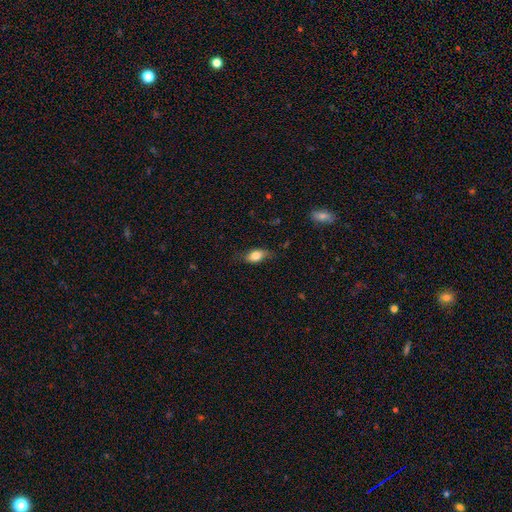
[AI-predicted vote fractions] Smooth or featured? Predicted: smooth (p=0.79). How rounded? Predicted: in between (p=0.85). Merging? Predicted: none (p=0.72).